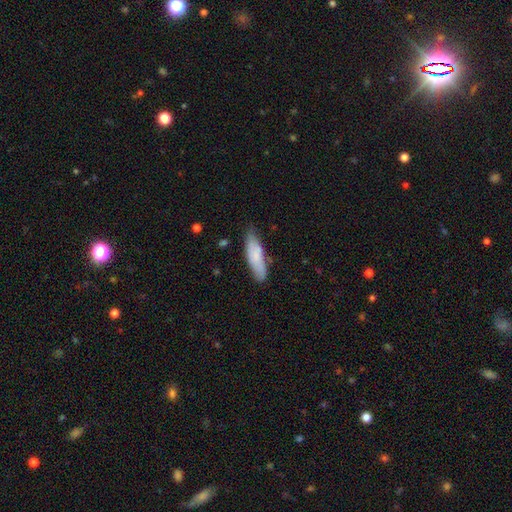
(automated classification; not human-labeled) Smooth or featured: smooth — 75% (featured or disk — 19%)
How rounded: cigar-shaped — 57% (in between — 42%)
Merging: none — 71% (minor disturbance — 22%)